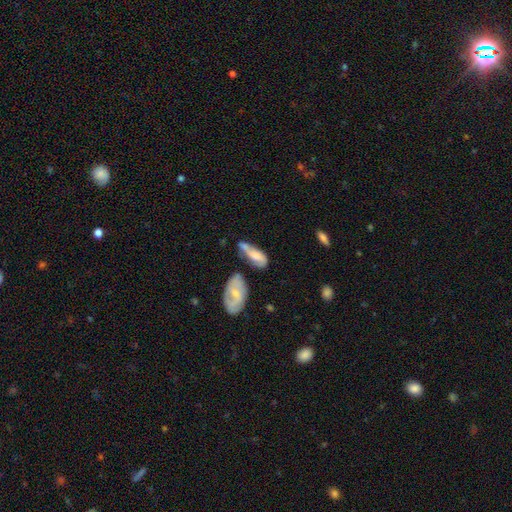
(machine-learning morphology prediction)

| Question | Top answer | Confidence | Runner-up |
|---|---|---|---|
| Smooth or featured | smooth | 58% | featured or disk (34%) |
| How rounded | in between | 75% | cigar-shaped (22%) |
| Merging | none | 31% | minor disturbance (26%) |